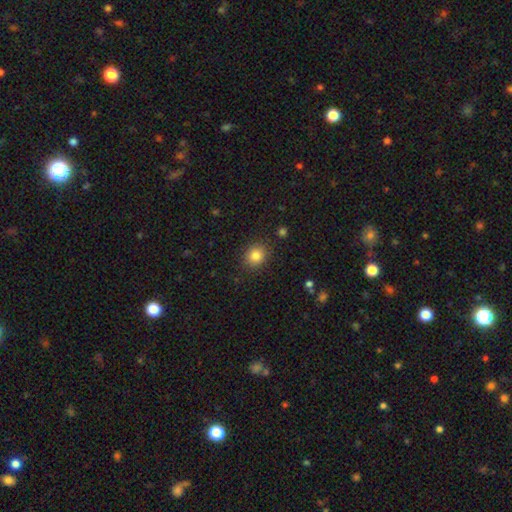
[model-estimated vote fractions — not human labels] The model was most divided on "how rounded": round: 79%, in between: 20%, cigar-shaped: 1%. More confident: merging — none (87%); smooth or featured — smooth (84%).